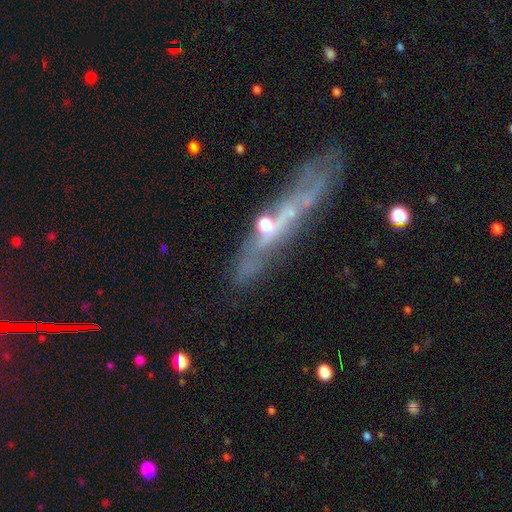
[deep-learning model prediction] Overall: featured or disk (63%; smooth 24%). Edge-on disk: yes (67%; no 33%). Merging: none (60%).